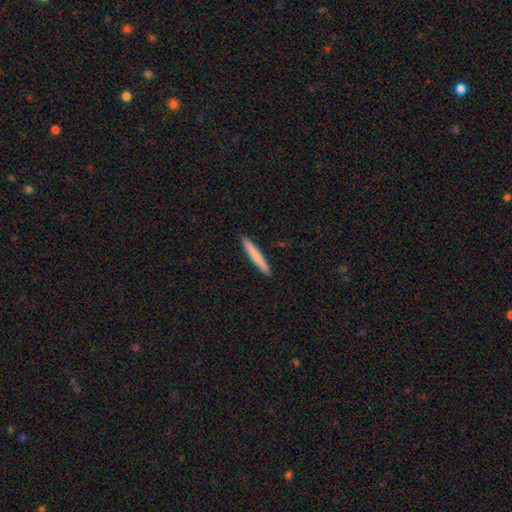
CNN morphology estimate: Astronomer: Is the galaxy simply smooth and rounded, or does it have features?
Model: smooth — 77%.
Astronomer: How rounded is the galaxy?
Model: cigar-shaped — 96%.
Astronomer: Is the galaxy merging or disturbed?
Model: none — 93%.